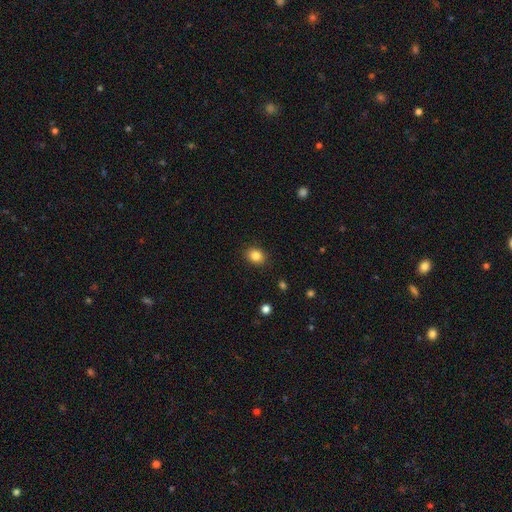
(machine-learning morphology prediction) Smooth or featured? smooth (85%)
How rounded? round (52%)
Merging? none (88%)